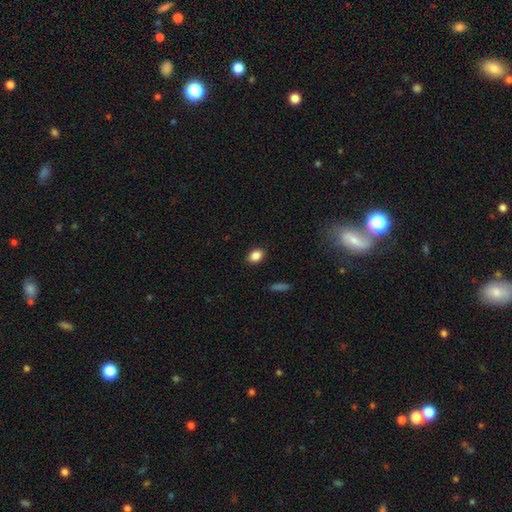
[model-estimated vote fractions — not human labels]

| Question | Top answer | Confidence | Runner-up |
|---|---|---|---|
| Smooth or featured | smooth | 87% | star or artifact (9%) |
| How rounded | in between | 76% | round (23%) |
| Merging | none | 89% | minor disturbance (8%) |